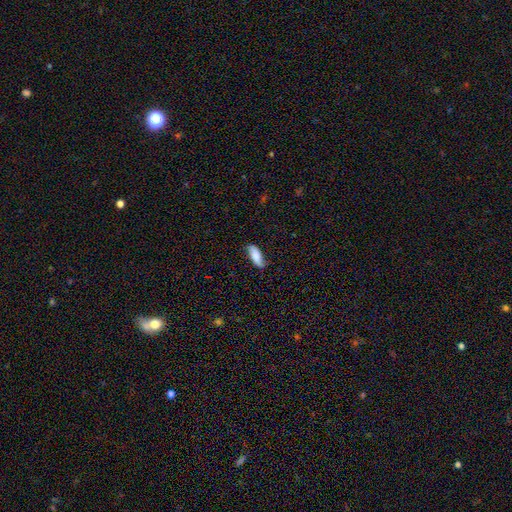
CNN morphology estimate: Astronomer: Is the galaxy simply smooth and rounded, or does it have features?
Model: smooth — 71%.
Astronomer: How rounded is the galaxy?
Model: in between — 74%.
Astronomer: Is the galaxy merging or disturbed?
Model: none — 71%.